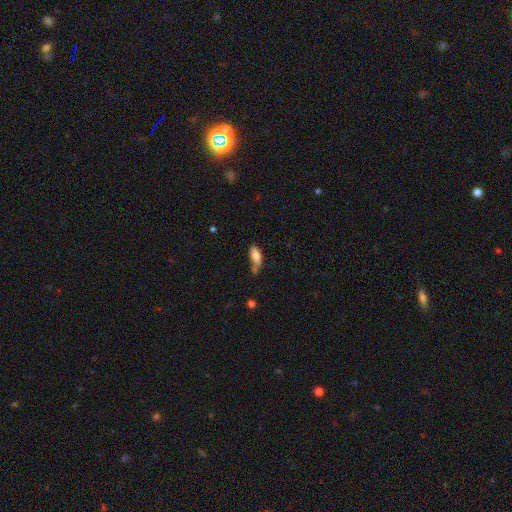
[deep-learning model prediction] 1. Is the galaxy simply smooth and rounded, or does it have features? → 80% smooth, 12% featured or disk, 8% star or artifact.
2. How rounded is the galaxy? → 79% in between, 18% cigar-shaped, 3% round.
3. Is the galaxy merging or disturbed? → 42% none, 29% minor disturbance, 18% merger, 12% major disturbance.